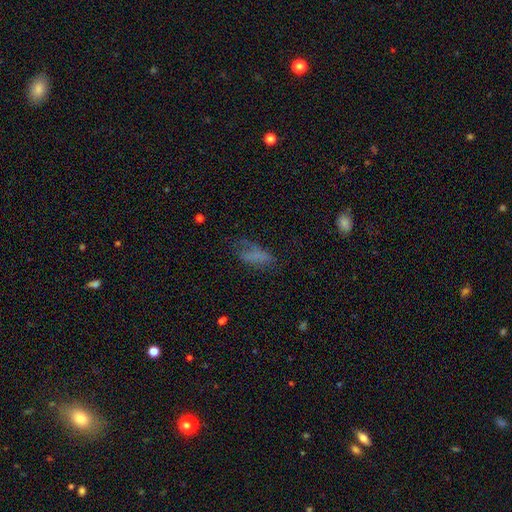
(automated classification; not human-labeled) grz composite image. It shows a smooth galaxy with no disk features (59%) that is in between round and cigar-shaped (74%). Merging: none (37%).